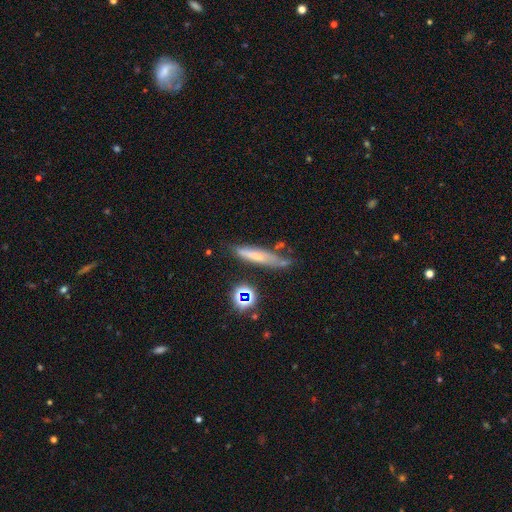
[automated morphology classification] type=smooth (59%); roundness=cigar-shaped (81%); merging=none (61%).